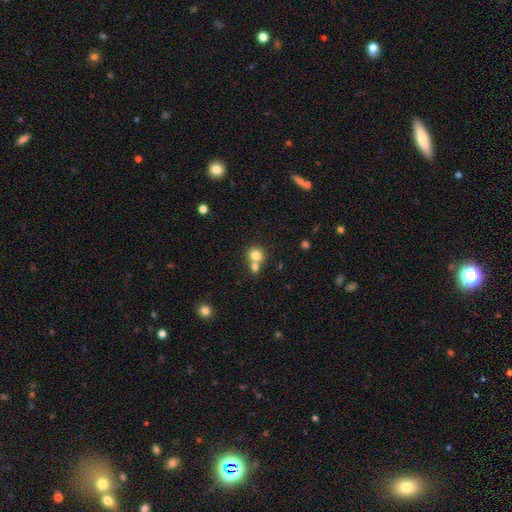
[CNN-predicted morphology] Smooth or featured?
  - smooth: 79% *
  - star or artifact: 11%
  - featured or disk: 10%
How rounded?
  - round: 81% *
  - in between: 18%
  - cigar-shaped: 1%
Merging?
  - merger: 49% *
  - none: 42%
  - minor disturbance: 7%
  - major disturbance: 3%